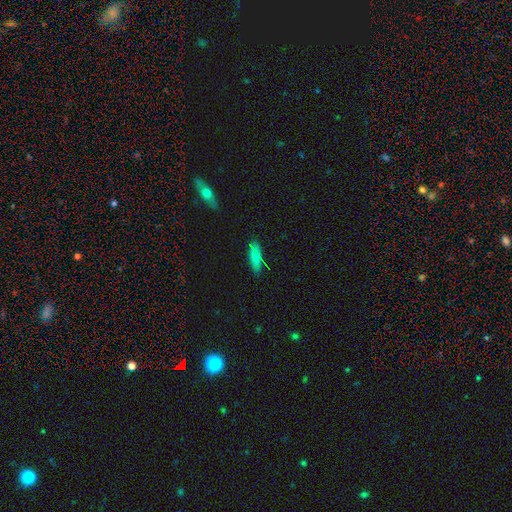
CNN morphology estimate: Smooth or featured? Predicted: smooth (p=0.73). How rounded? Predicted: in between (p=0.57). Merging? Predicted: none (p=0.83).